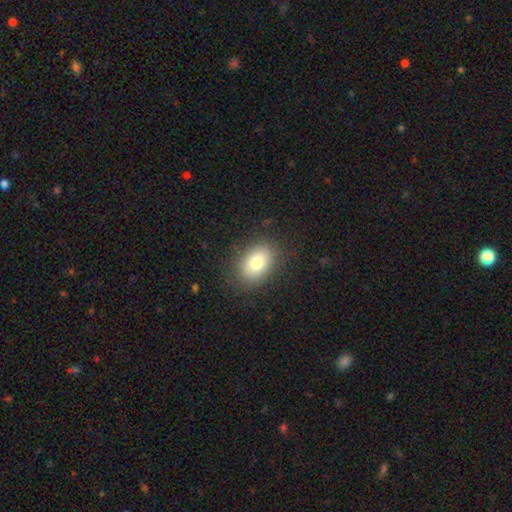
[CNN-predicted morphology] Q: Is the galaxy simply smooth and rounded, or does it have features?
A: smooth — 79%.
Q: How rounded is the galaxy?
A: in between — 72%.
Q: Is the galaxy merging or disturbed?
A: none — 90%.